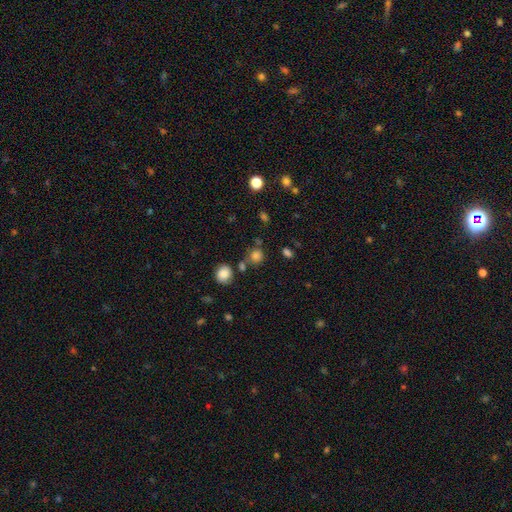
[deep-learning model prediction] Overall: smooth (80%). How rounded: round (84%). Merging: none (69%).